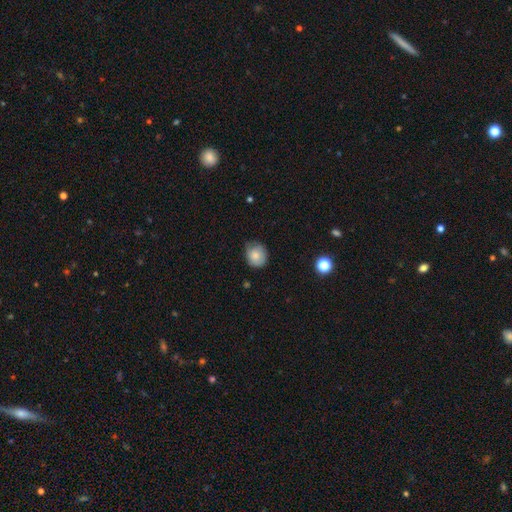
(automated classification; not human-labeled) This is likely a smooth galaxy (80%). How rounded: likely round (73%). Merging: likely none (60%).